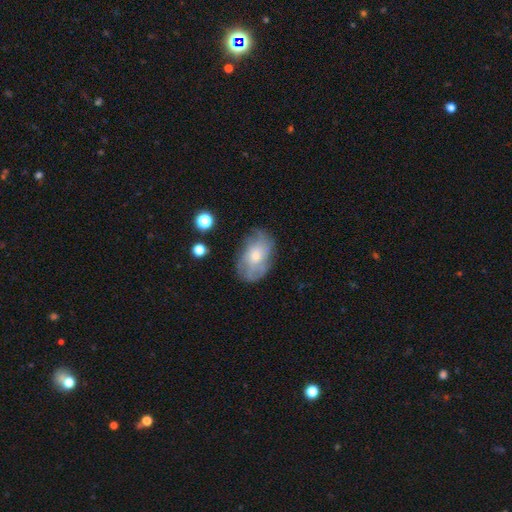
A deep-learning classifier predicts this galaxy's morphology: Q: Smooth or featured?
A: featured or disk (51%); runner-up: smooth (41%)
Q: Edge-on disk?
A: no (95%); runner-up: yes (5%)
Q: Merging?
A: none (68%); runner-up: minor disturbance (21%)